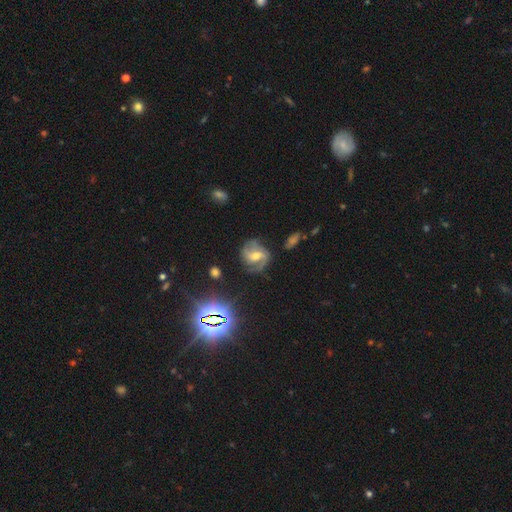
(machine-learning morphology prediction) Overall: featured or disk (78%). Edge-on disk: no (97%). Bar: weak (48%; no 30%). Spiral arms: yes (94%). Spiral arm count: 2 (68%). Spiral winding: medium (49%; loose 27%). Bulge size: moderate (63%; small 29%). Merging: none (70%).